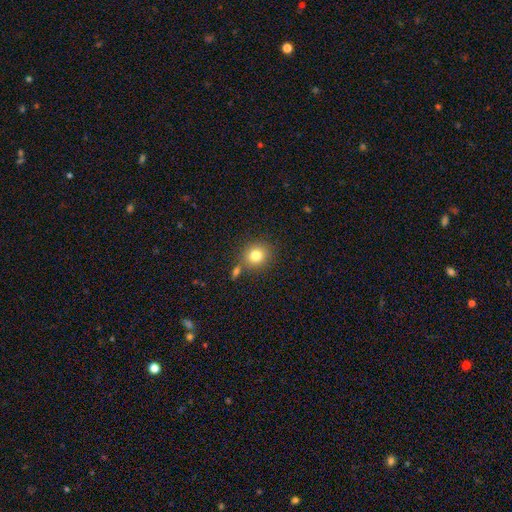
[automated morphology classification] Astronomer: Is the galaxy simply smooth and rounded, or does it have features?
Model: smooth — 80%.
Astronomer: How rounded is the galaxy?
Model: round — 83%.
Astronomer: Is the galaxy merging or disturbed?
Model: none — 74%.